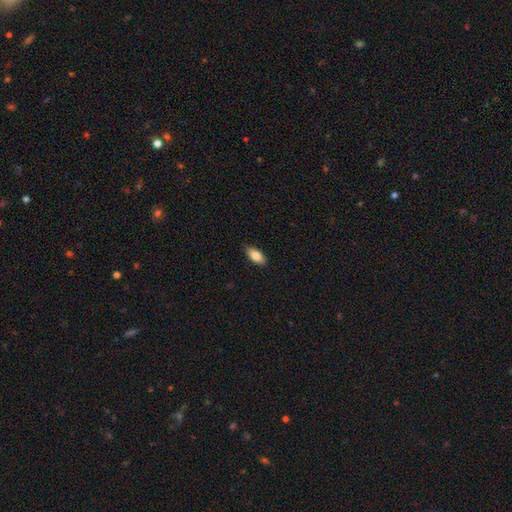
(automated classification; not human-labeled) Smooth or featured: smooth — 81% (featured or disk — 13%)
How rounded: in between — 86% (cigar-shaped — 12%)
Merging: none — 87% (minor disturbance — 10%)